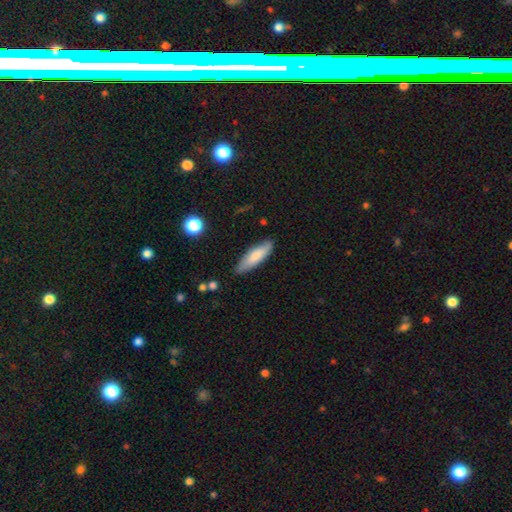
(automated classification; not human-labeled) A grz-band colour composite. It shows a smooth galaxy with no disk features (79%) that is cigar-shaped (55%). Merging: none (81%).